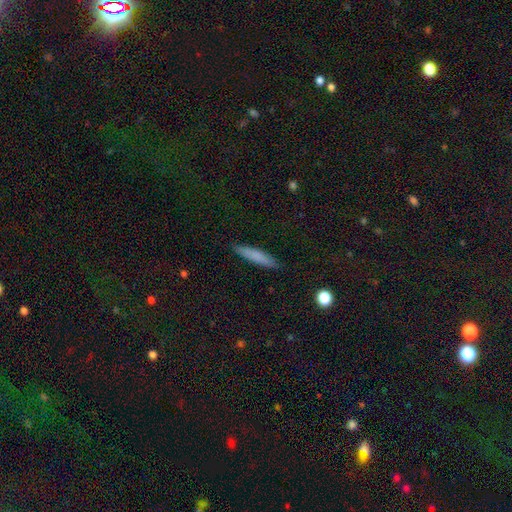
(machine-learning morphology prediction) Overall: smooth (76%). How rounded: cigar-shaped (90%). Merging: none (89%).